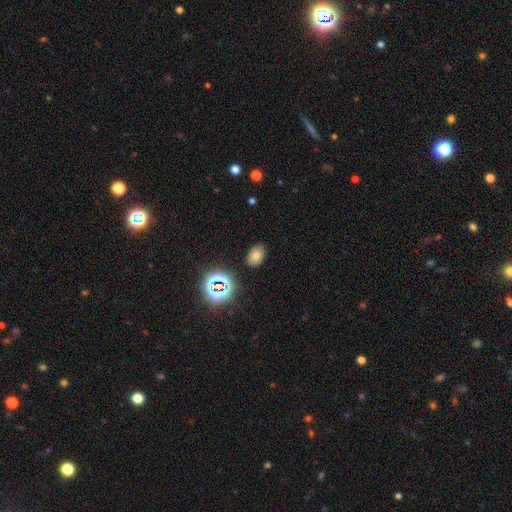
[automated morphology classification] Smooth or featured: smooth — 68% (star or artifact — 23%)
How rounded: in between — 82% (round — 17%)
Merging: none — 86% (minor disturbance — 9%)